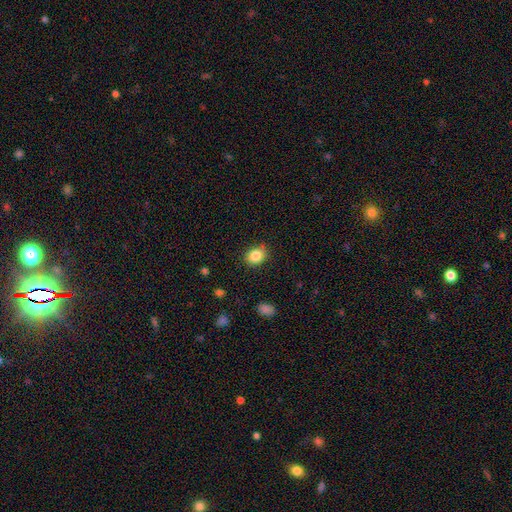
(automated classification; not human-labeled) A smooth galaxy with no disk features (86%) that is round (53%).

Vote fractions:
- Smooth or featured? smooth: 86% / star or artifact: 9% / featured or disk: 5%
- How rounded? round: 53% / in between: 46% / cigar-shaped: 1%
- Merging? none: 85% / minor disturbance: 11% / major disturbance: 3% / merger: 1%